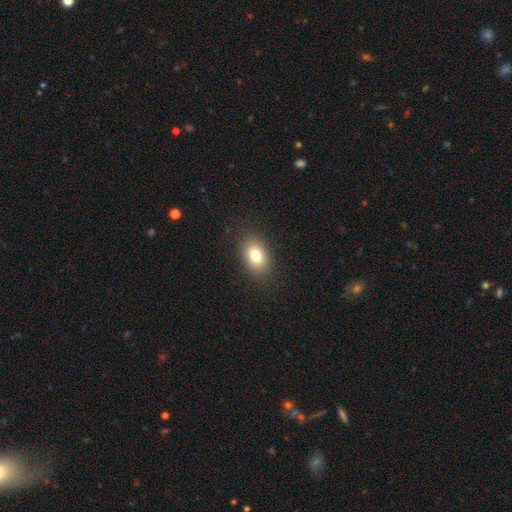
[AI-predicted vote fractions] smooth 78%, featured or disk 11%, star or artifact 10%. Down the decision tree: how rounded — in between (81%); merging — none (86%).